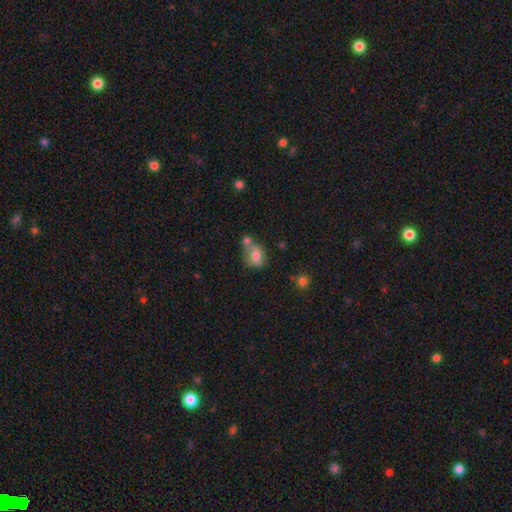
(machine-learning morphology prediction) type=smooth (67%); roundness=round (49%, tied with in between); merging=merger (42%).